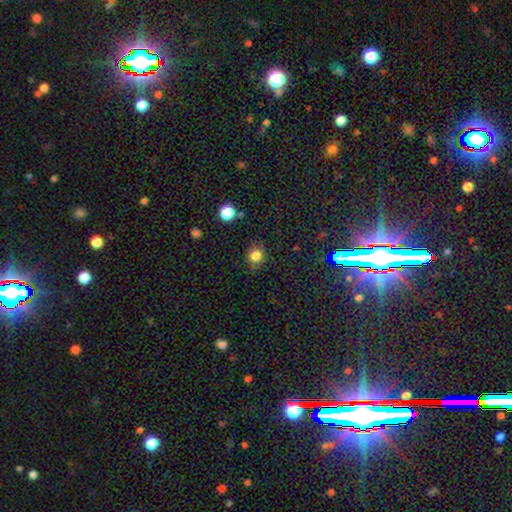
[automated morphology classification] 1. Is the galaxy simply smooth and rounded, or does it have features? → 80% smooth, 14% star or artifact, 6% featured or disk.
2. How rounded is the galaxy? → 83% round, 16% in between, 1% cigar-shaped.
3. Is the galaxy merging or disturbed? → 81% none, 13% minor disturbance, 4% major disturbance, 2% merger.